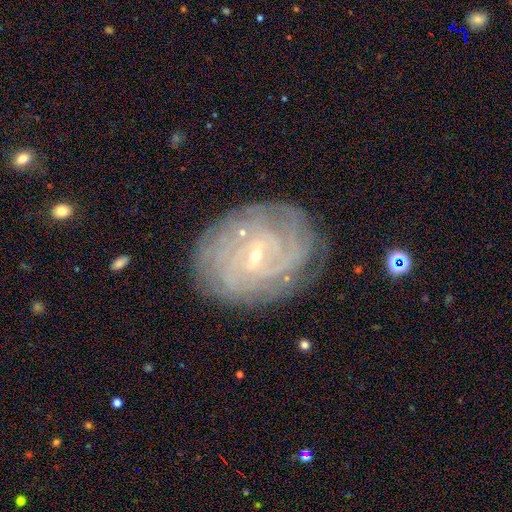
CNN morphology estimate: The model was most divided on "bar": weak: 47%, no: 36%, strong: 16%. Remaining: edge-on disk — no (97%); spiral arms — yes (94%); bulge size — small (84%); smooth or featured — featured or disk (83%); spiral winding — tight (82%); merging — none (79%); spiral arm count — can't tell (38%).